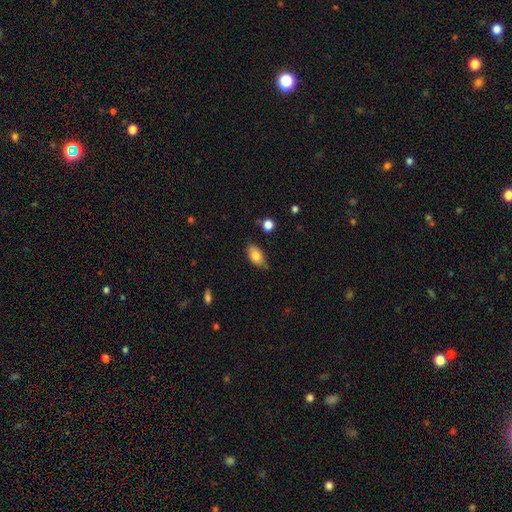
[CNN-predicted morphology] Smooth or featured?
  - smooth: 82% *
  - featured or disk: 11%
  - star or artifact: 8%
How rounded?
  - in between: 91% *
  - round: 5%
  - cigar-shaped: 4%
Merging?
  - none: 70% *
  - minor disturbance: 23%
  - major disturbance: 4%
  - merger: 3%